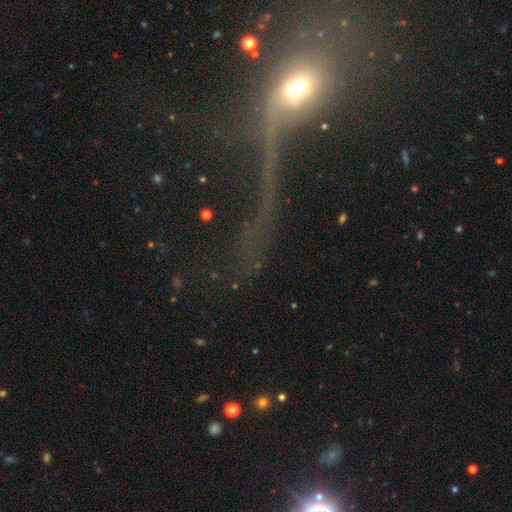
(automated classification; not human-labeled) The model was most divided on "smooth or featured": featured or disk: 39%, star or artifact: 36%, smooth: 25%. Remaining: merging — major disturbance (44%).